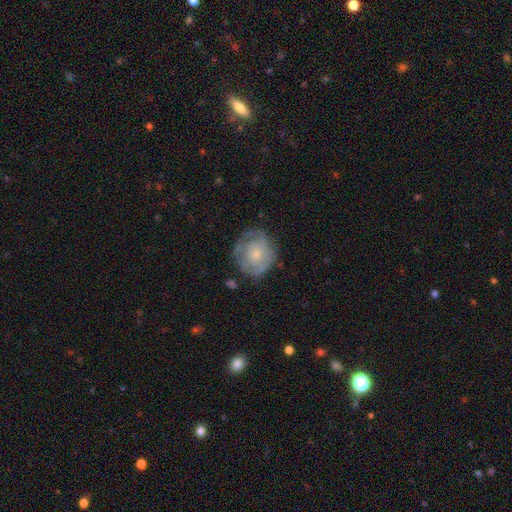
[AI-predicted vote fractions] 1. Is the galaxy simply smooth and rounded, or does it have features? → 62% featured or disk, 31% smooth, 7% star or artifact.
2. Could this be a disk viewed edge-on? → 97% no, 3% yes.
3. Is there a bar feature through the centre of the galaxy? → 83% no, 14% weak, 2% strong.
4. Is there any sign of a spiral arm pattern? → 73% yes, 27% no.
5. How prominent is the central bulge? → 68% small, 24% moderate, 5% none, 2% large, 1% dominant.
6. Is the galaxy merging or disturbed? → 67% none, 21% minor disturbance, 10% major disturbance, 2% merger.